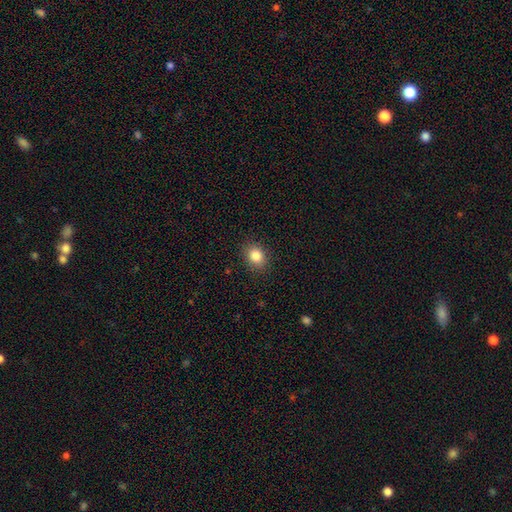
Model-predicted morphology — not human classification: This is clearly a smooth galaxy (84%). How rounded: possibly round (51%). Merging: clearly none (89%).